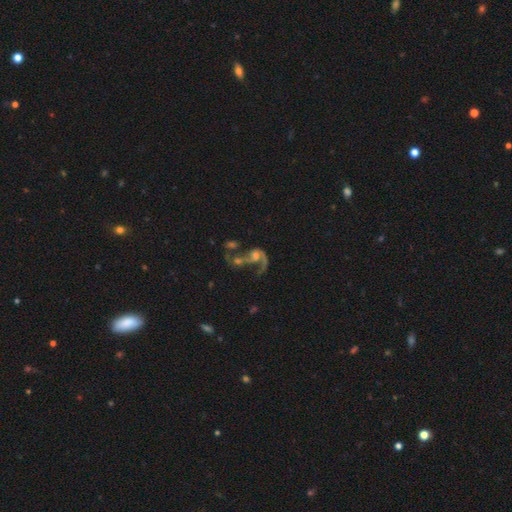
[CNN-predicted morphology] type=featured or disk (75%); edge-on=no (97%); bar=no (66%); spiral arms=yes (82%); winding=loose (64%); arm count=1 (55%); bulge=moderate (42%); merging=merger (55%).